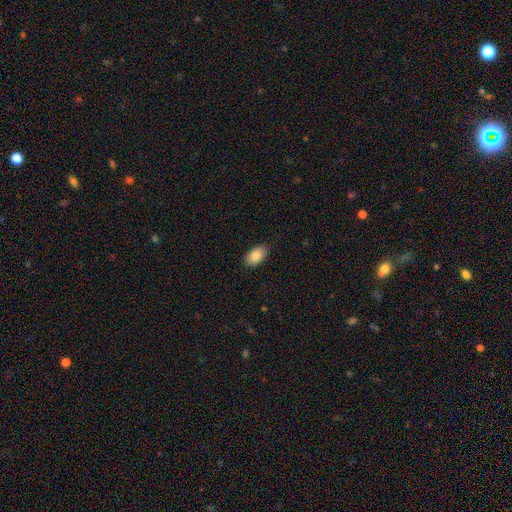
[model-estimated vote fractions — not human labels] smooth_or_featured: smooth (p=0.86) [alt: star or artifact p=0.07]
how_rounded: in between (p=0.93) [alt: round p=0.06]
merging: none (p=0.88) [alt: minor disturbance p=0.09]